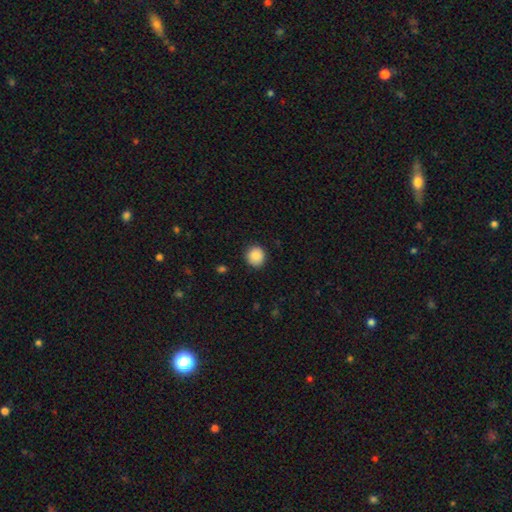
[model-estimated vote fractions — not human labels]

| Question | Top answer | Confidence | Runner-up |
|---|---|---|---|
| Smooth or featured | smooth | 88% | star or artifact (8%) |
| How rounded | round | 90% | in between (9%) |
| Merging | none | 90% | minor disturbance (7%) |